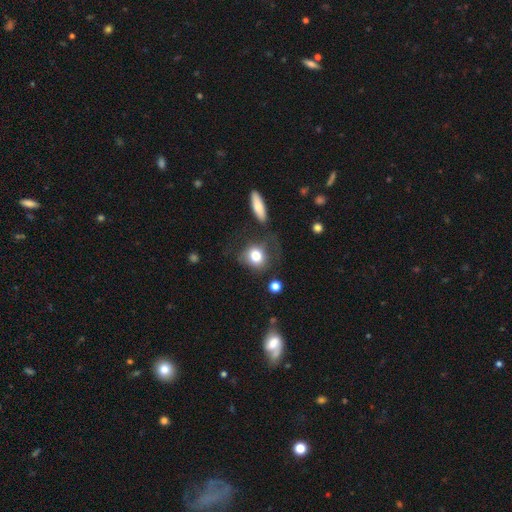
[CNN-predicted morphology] This is likely a smooth galaxy (77%). How rounded: likely round (65%). Merging: possibly none (49%).